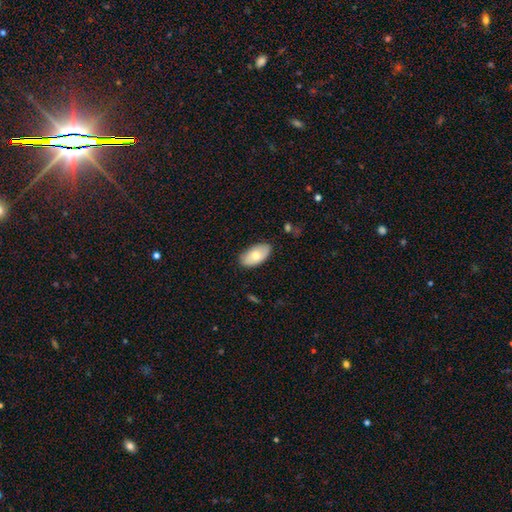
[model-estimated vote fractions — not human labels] Overall: smooth (71%). How rounded: in between (95%). Merging: none (83%).